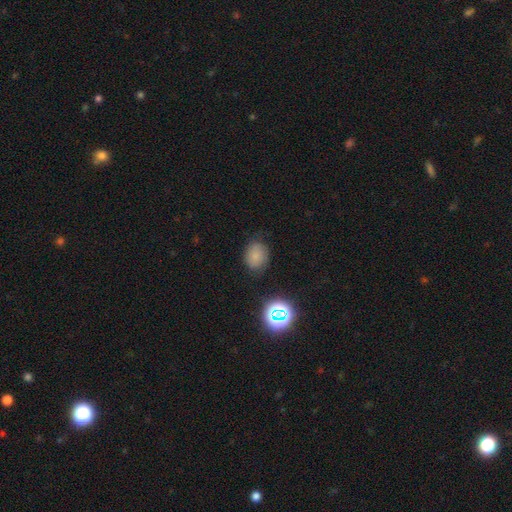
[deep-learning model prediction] smooth_or_featured: smooth (p=0.72) [alt: star or artifact p=0.17]
how_rounded: round (p=0.50) [alt: in between p=0.49]
merging: none (p=0.76) [alt: minor disturbance p=0.18]